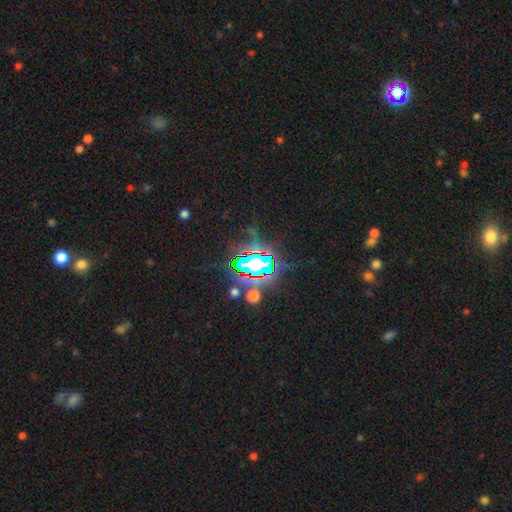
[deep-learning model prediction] Morphology: type=star or artifact (82%).